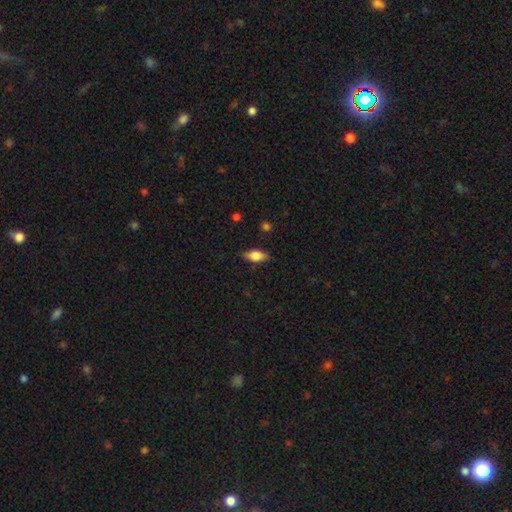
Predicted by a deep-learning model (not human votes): Overall: smooth (77%). How rounded: in between (85%). Merging: none (84%).